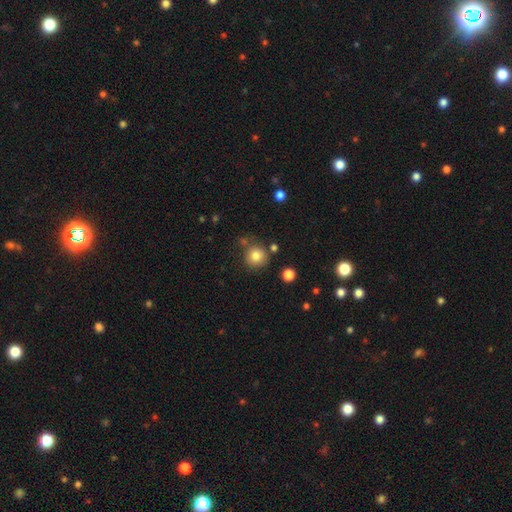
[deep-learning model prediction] Overall: smooth (82%). How rounded: round (92%). Merging: none (76%).